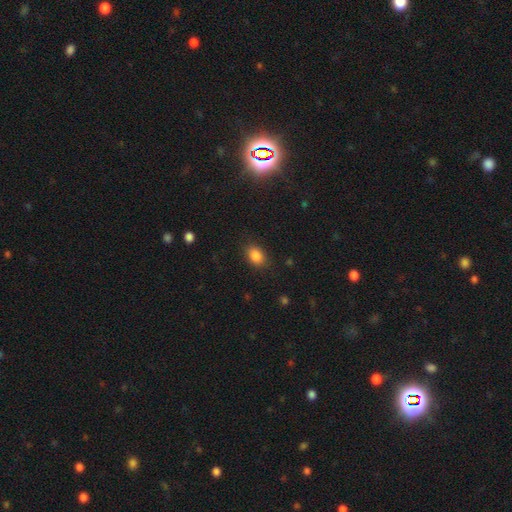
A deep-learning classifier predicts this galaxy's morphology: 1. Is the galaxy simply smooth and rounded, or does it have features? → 85% smooth, 10% star or artifact, 5% featured or disk.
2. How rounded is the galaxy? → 71% in between, 27% round, 1% cigar-shaped.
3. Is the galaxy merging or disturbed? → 84% none, 12% minor disturbance, 3% major disturbance, 1% merger.